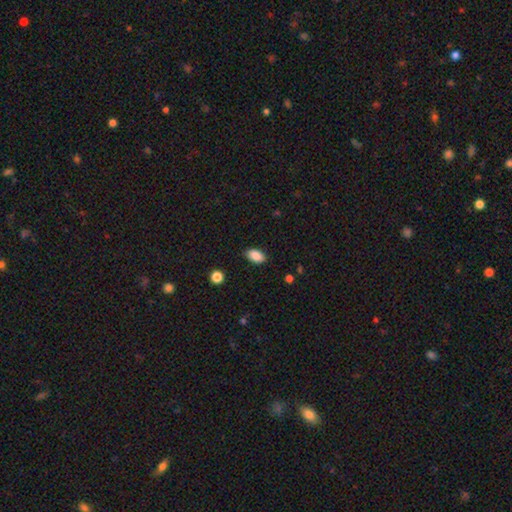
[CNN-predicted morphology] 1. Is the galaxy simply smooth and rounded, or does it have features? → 88% smooth, 8% star or artifact, 4% featured or disk.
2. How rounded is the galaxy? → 92% in between, 6% round, 2% cigar-shaped.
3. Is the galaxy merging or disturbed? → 84% none, 12% minor disturbance, 3% major disturbance, 1% merger.